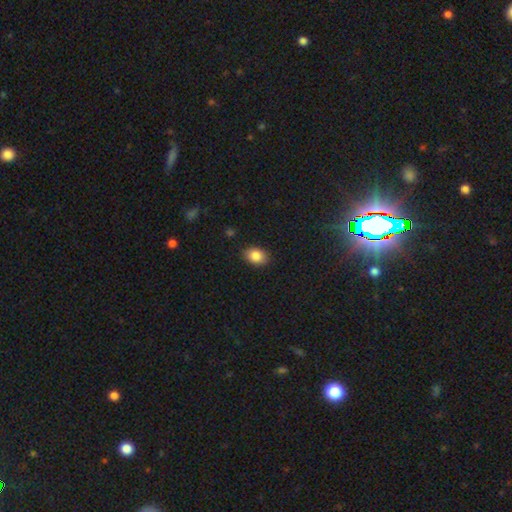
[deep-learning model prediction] Smooth or featured: smooth — 85% (star or artifact — 9%)
How rounded: in between — 77% (round — 21%)
Merging: none — 85% (minor disturbance — 11%)